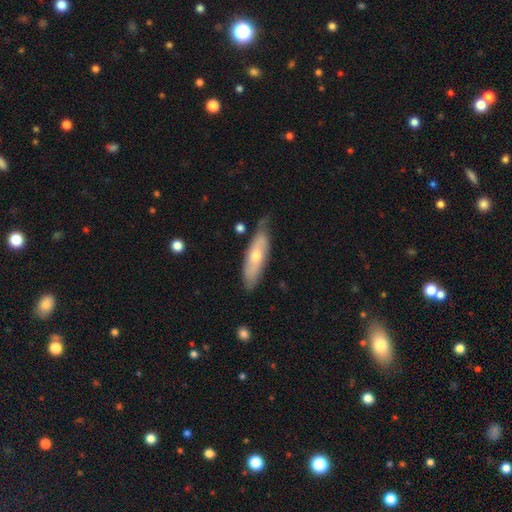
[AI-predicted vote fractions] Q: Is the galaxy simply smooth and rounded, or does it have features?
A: smooth — 52%.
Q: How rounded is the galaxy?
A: cigar-shaped — 54%.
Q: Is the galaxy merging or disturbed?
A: none — 65%.